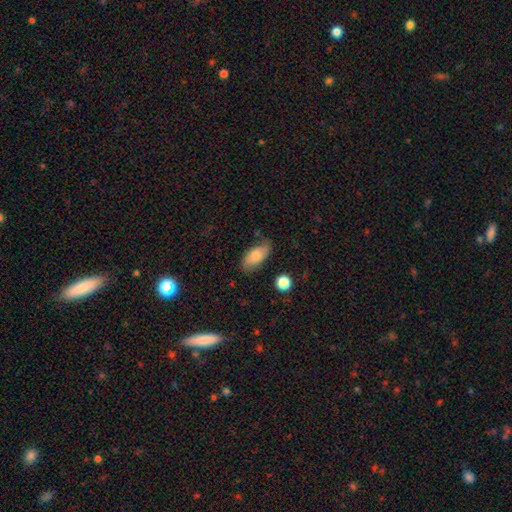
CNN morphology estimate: Smooth or featured: smooth — 72% (featured or disk — 20%)
How rounded: in between — 91% (cigar-shaped — 5%)
Merging: none — 68% (minor disturbance — 23%)